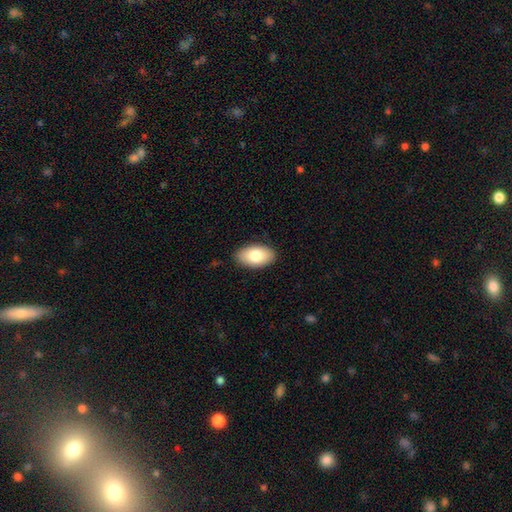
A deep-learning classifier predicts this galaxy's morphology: Smooth or featured? Predicted: smooth (p=0.81). How rounded? Predicted: in between (p=0.95). Merging? Predicted: none (p=0.88).